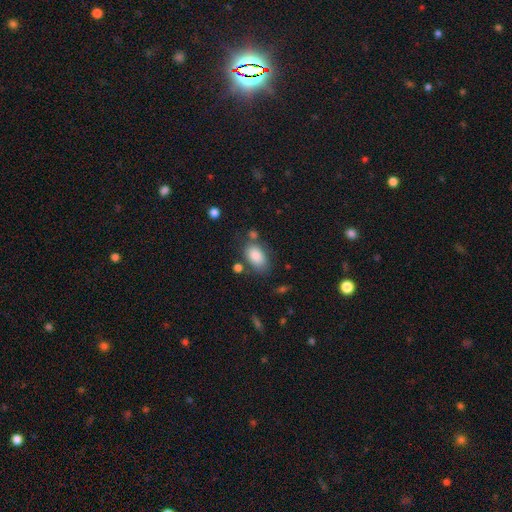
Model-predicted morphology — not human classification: This is clearly a smooth galaxy (86%). How rounded: clearly in between (90%). Merging: likely none (67%).